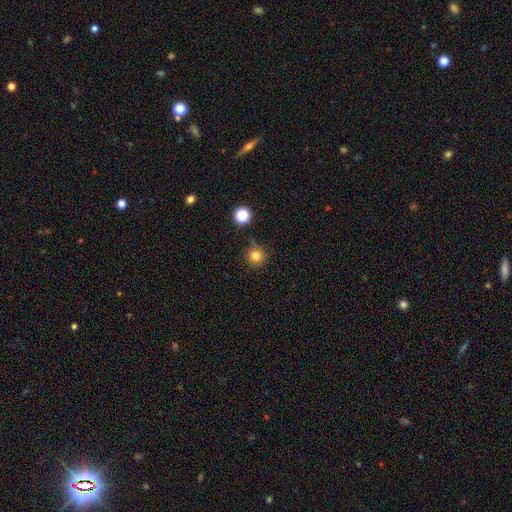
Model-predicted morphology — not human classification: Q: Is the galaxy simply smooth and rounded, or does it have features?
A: smooth — 80%.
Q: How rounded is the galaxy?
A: round — 95%.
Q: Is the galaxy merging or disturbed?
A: none — 80%.